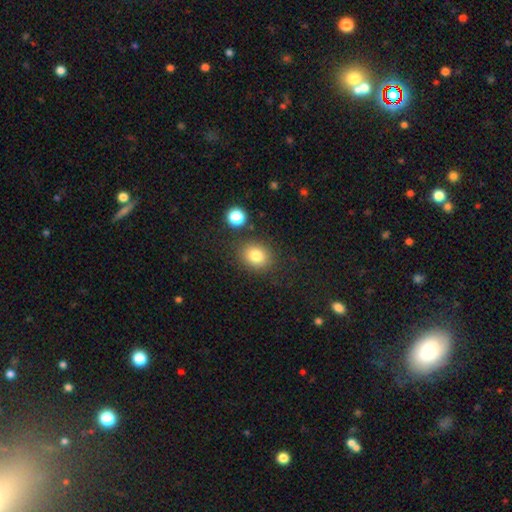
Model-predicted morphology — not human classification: smooth-or-featured: smooth: 81% | star or artifact: 11% | featured or disk: 8%
  how-rounded: round: 63% | in between: 36% | cigar-shaped: 1%
  merging: none: 81% | minor disturbance: 10% | merger: 5% | major disturbance: 4%